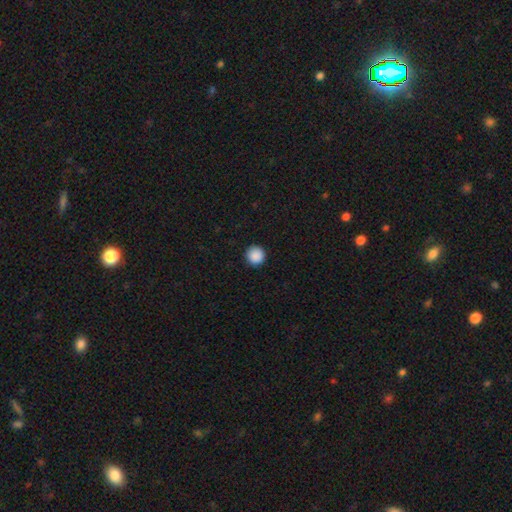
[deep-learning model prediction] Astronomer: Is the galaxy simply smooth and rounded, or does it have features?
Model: smooth — 89%.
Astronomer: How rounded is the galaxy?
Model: round — 96%.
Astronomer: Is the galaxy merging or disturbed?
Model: none — 93%.